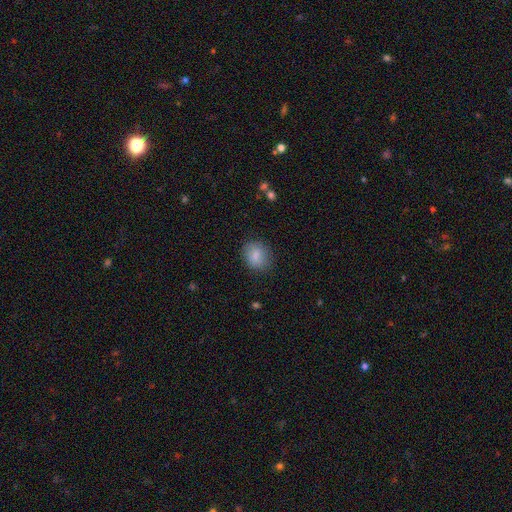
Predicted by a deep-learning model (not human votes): Smooth or featured?
  - smooth: 83% *
  - featured or disk: 9%
  - star or artifact: 8%
How rounded?
  - round: 58% *
  - in between: 41%
  - cigar-shaped: 1%
Merging?
  - none: 81% *
  - minor disturbance: 14%
  - major disturbance: 4%
  - merger: 1%